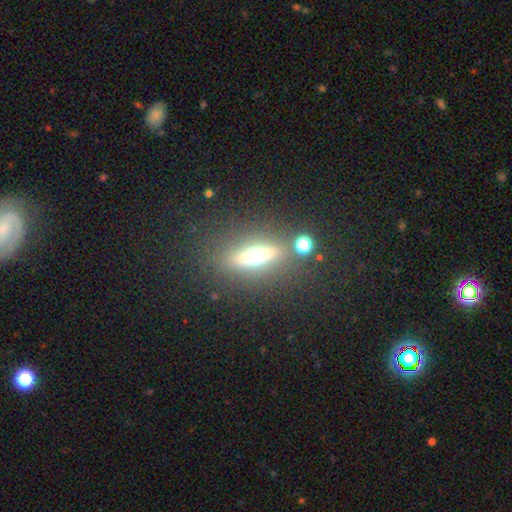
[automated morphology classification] featured or disk 58%, smooth 30%, star or artifact 12%. Down the decision tree: edge-on disk — yes (86%); merging — none (81%).